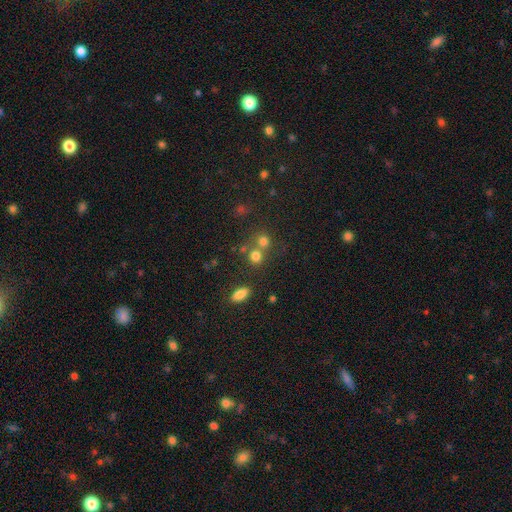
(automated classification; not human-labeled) The model was most divided on "merging": none: 49%, merger: 39%, minor disturbance: 8%, major disturbance: 4%. More confident: how rounded — round (79%); smooth or featured — smooth (74%).